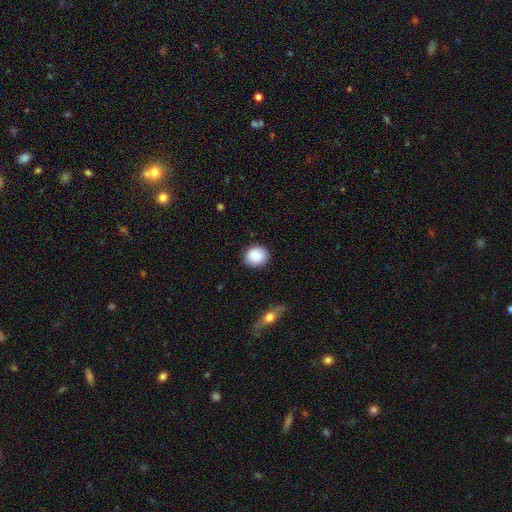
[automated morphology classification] Smooth or featured?
  - smooth: 87% *
  - star or artifact: 7%
  - featured or disk: 5%
How rounded?
  - round: 74% *
  - in between: 25%
  - cigar-shaped: 1%
Merging?
  - none: 86% *
  - minor disturbance: 10%
  - major disturbance: 2%
  - merger: 1%